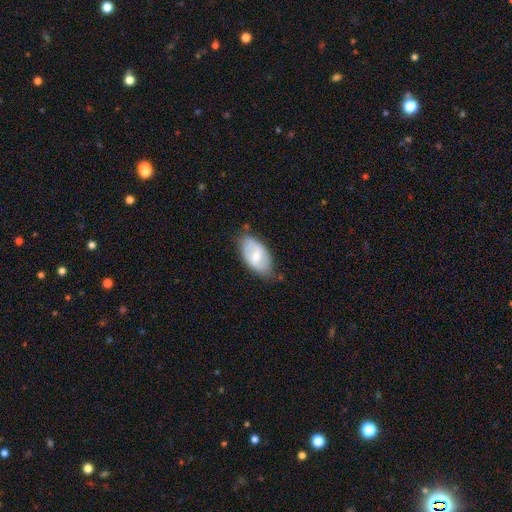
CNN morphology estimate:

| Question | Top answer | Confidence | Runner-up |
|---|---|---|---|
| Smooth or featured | smooth | 49% | featured or disk (45%) |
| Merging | none | 71% | minor disturbance (22%) |